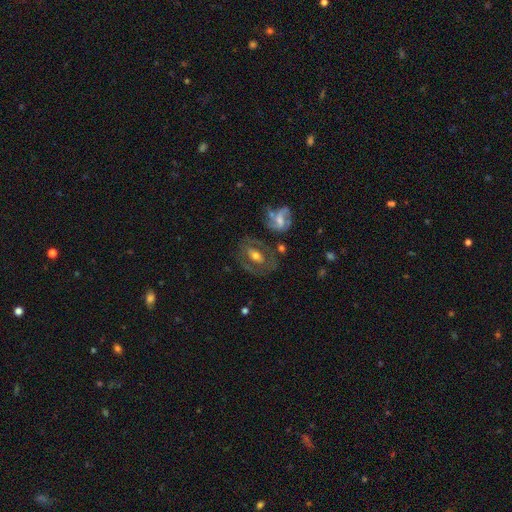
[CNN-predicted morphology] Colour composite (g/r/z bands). It shows a featured or disk galaxy (62%) with no bar (53%), no spiral arms (62%) and a moderate central bulge (64%). Merging: none (64%).